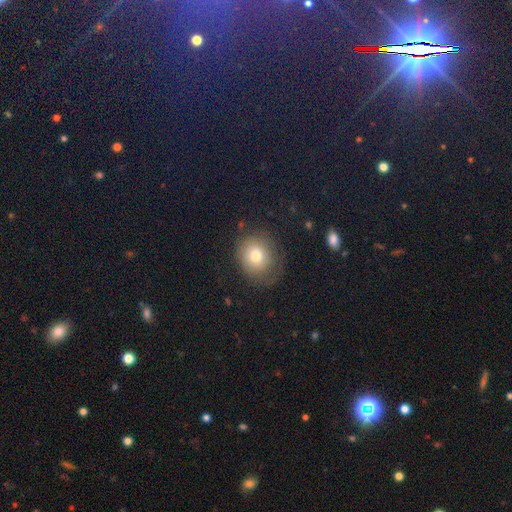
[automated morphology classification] Overall: smooth (75%). How rounded: round (71%). Merging: none (67%).